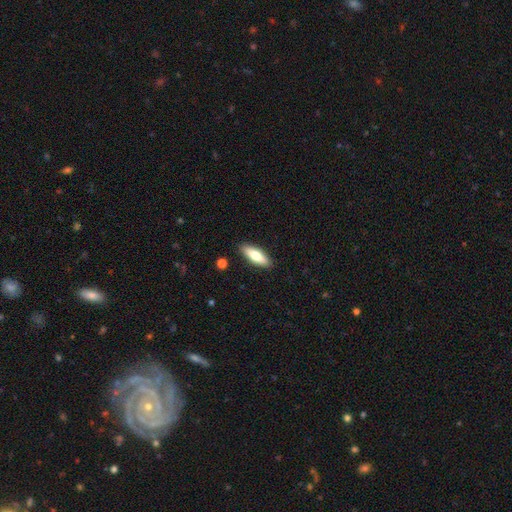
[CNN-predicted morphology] smooth_or_featured: smooth (p=0.68) [alt: featured or disk p=0.26]
how_rounded: in between (p=0.55) [alt: cigar-shaped p=0.43]
merging: none (p=0.89) [alt: minor disturbance p=0.08]